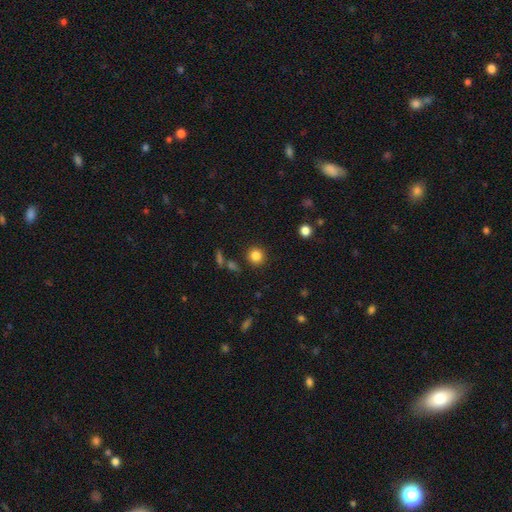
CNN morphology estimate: smooth_or_featured: smooth (p=0.84) [alt: star or artifact p=0.12]
how_rounded: round (p=0.93) [alt: in between p=0.06]
merging: none (p=0.88) [alt: minor disturbance p=0.06]